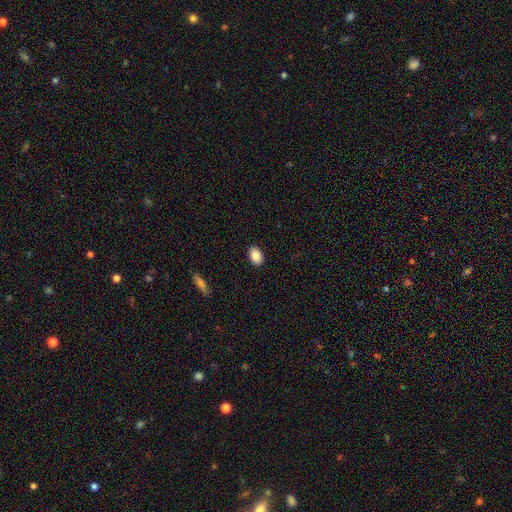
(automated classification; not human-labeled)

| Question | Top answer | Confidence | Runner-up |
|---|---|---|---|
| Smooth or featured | smooth | 86% | star or artifact (8%) |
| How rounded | in between | 83% | round (16%) |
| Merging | none | 90% | minor disturbance (7%) |